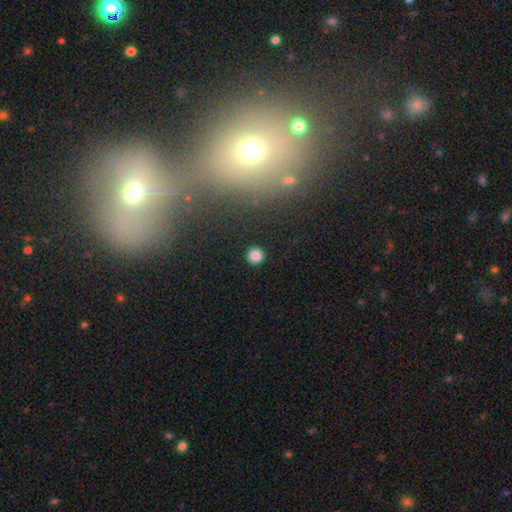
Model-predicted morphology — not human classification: smooth 83%, star or artifact 12%, featured or disk 5%. Down the decision tree: how rounded — round (92%); merging — none (91%).